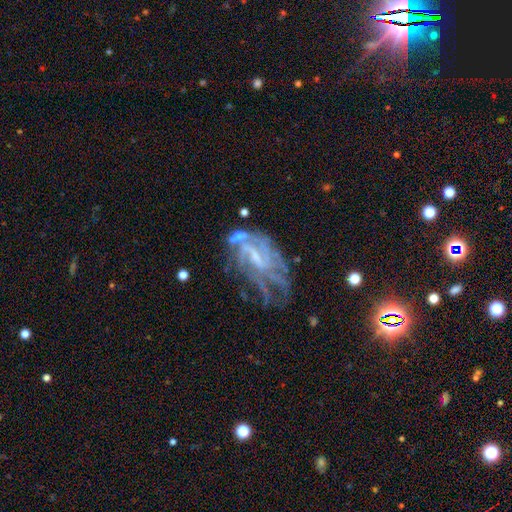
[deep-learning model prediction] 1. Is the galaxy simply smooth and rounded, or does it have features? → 75% featured or disk, 15% star or artifact, 10% smooth.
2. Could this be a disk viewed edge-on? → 95% no, 5% yes.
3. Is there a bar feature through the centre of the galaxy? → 45% weak, 36% no, 19% strong.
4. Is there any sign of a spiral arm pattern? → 78% yes, 22% no.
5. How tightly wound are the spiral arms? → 42% tight, 38% medium, 20% loose.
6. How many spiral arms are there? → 48% can't tell, 15% 2, 14% 3, 10% 4, 6% 1, 6% more than 4.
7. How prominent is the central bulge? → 50% small, 25% none, 22% moderate, 2% large, 1% dominant.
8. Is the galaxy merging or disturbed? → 39% none, 30% major disturbance, 22% minor disturbance, 10% merger.